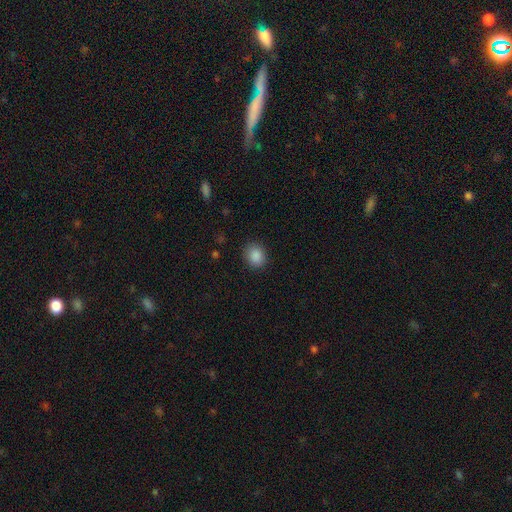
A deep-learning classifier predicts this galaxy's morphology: A smooth galaxy with no disk features (88%) that is round (67%). Merging: none (87%).